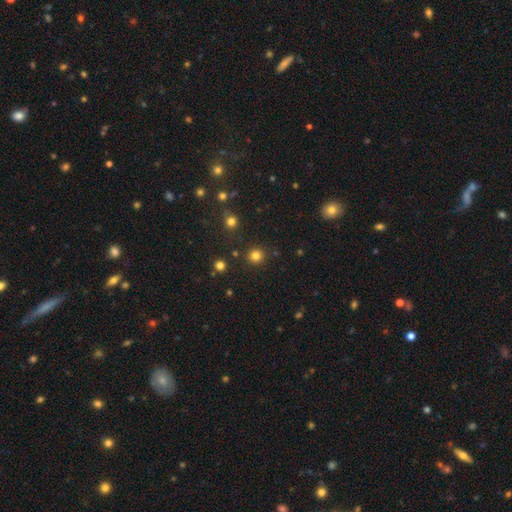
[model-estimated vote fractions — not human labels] Overall: smooth (80%). How rounded: round (93%). Merging: none (90%).